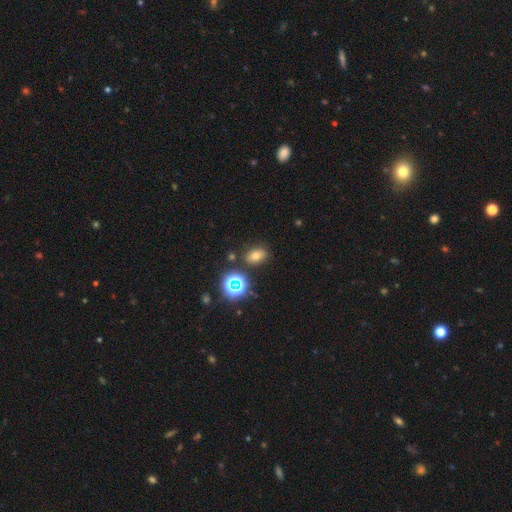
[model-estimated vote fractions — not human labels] Morphology: type=smooth (63%); roundness=in between (69%); merging=none (82%).